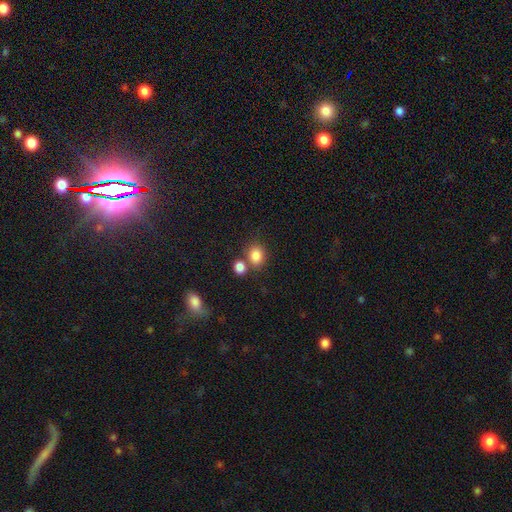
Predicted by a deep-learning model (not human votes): A smooth galaxy with no disk features (84%) that is round (56%).

Vote fractions:
- Smooth or featured? smooth: 84% / star or artifact: 10% / featured or disk: 6%
- How rounded? round: 56% / in between: 43% / cigar-shaped: 1%
- Merging? none: 58% / merger: 26% / minor disturbance: 11% / major disturbance: 4%